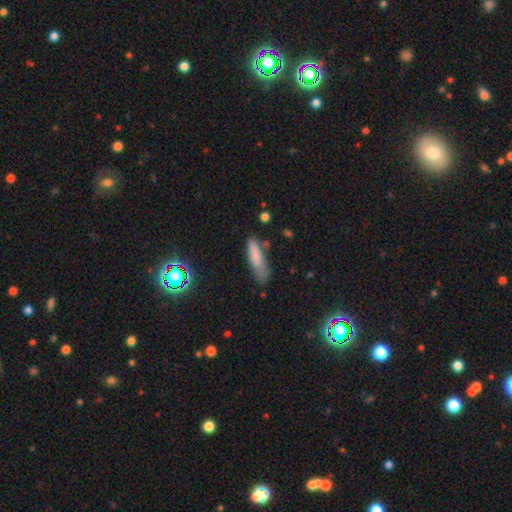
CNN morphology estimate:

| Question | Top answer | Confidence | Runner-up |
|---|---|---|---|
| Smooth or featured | smooth | 77% | featured or disk (13%) |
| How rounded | cigar-shaped | 65% | in between (34%) |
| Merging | none | 59% | minor disturbance (28%) |